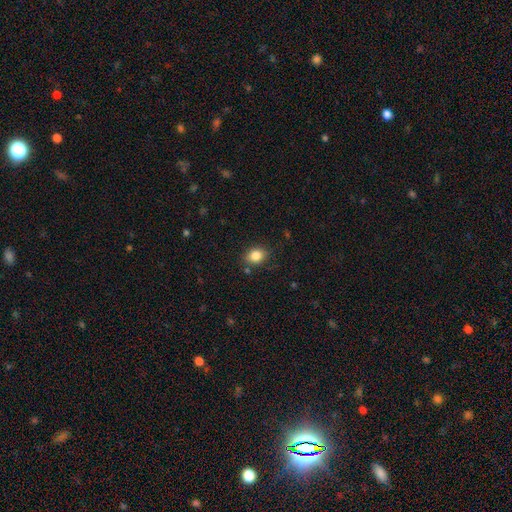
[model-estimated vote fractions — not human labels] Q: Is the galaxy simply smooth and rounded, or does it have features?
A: smooth — 84%.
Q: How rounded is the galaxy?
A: in between — 56%.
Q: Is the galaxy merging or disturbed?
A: none — 81%.